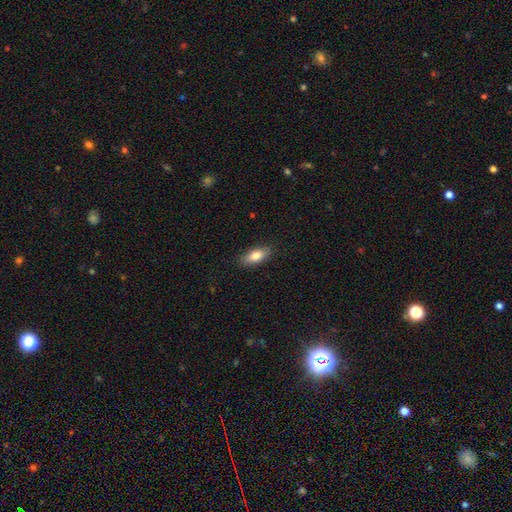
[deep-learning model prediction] Q: Smooth or featured?
A: smooth (82%); runner-up: featured or disk (11%)
Q: How rounded?
A: in between (81%); runner-up: cigar-shaped (16%)
Q: Merging?
A: none (87%); runner-up: minor disturbance (10%)